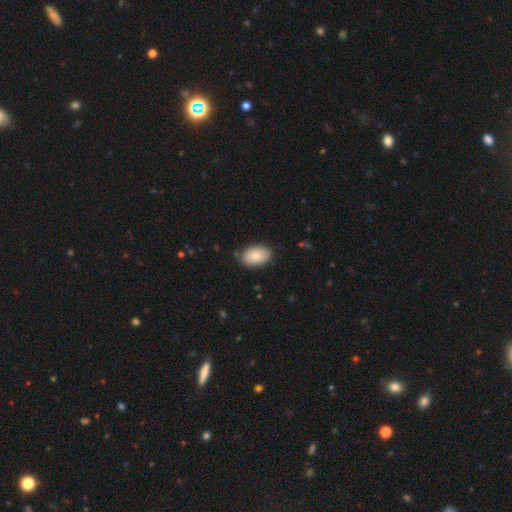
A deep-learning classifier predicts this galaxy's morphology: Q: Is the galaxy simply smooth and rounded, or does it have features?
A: smooth — 81%.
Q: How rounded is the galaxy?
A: in between — 91%.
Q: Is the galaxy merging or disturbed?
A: none — 83%.